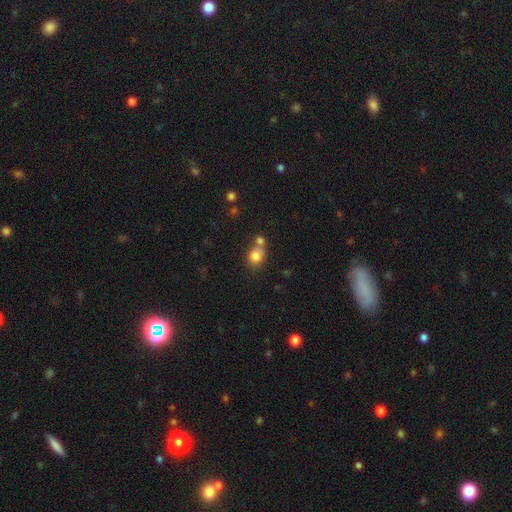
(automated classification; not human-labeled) smooth-or-featured: smooth: 80% | star or artifact: 11% | featured or disk: 9%
  how-rounded: round: 63% | in between: 36% | cigar-shaped: 1%
  merging: none: 47% | merger: 39% | minor disturbance: 11% | major disturbance: 4%